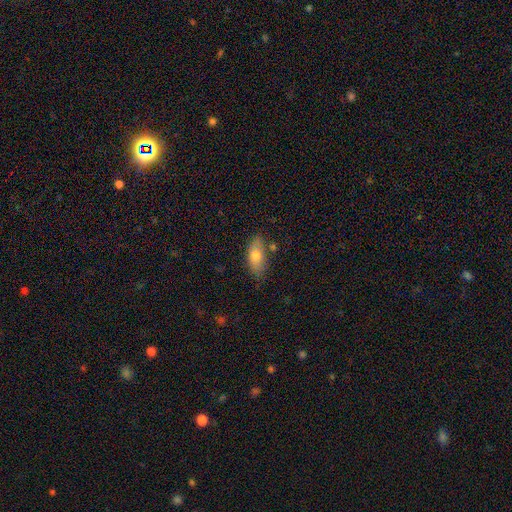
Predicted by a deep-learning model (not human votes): Overall: smooth (76%). How rounded: in between (82%). Merging: none (72%).